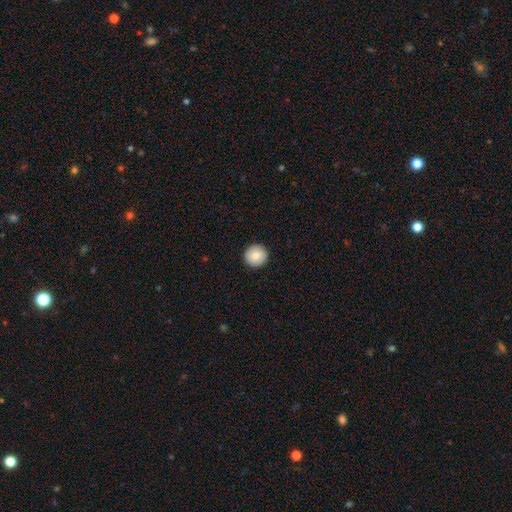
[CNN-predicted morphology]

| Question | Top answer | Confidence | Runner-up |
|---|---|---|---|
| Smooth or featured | smooth | 83% | featured or disk (10%) |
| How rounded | round | 95% | in between (4%) |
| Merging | none | 93% | minor disturbance (5%) |